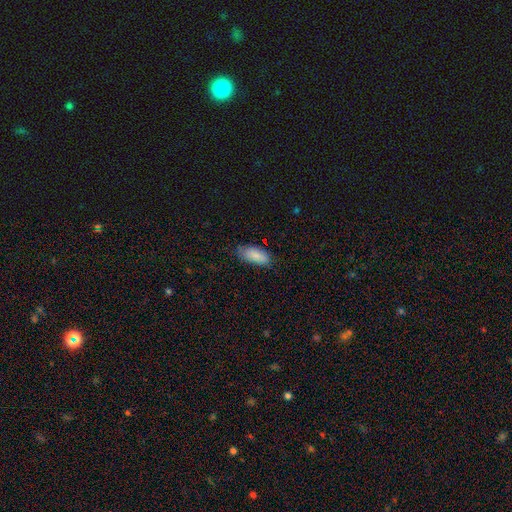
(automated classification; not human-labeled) Morphology: type=smooth (87%); roundness=in between (84%); merging=none (73%).